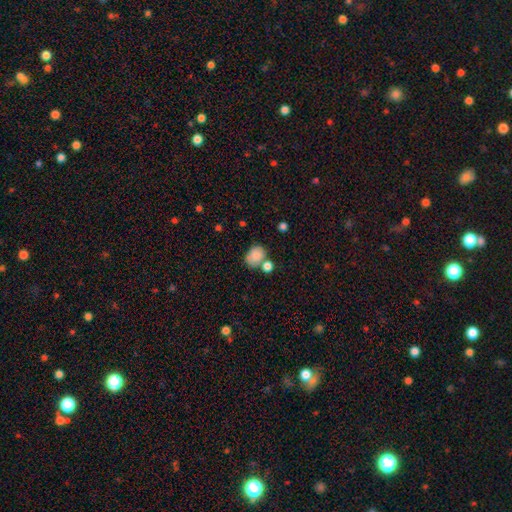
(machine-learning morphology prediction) Smooth or featured: smooth — 84% (star or artifact — 9%)
How rounded: in between — 55% (round — 44%)
Merging: none — 54% (merger — 25%)